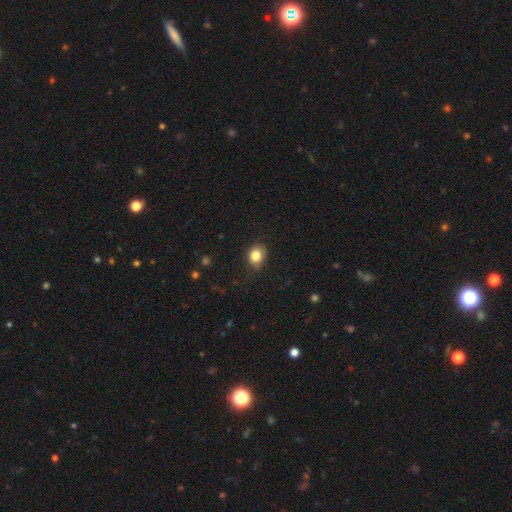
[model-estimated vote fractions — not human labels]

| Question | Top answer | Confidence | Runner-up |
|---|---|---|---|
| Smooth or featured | smooth | 83% | star or artifact (11%) |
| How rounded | round | 62% | in between (37%) |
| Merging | none | 79% | minor disturbance (16%) |